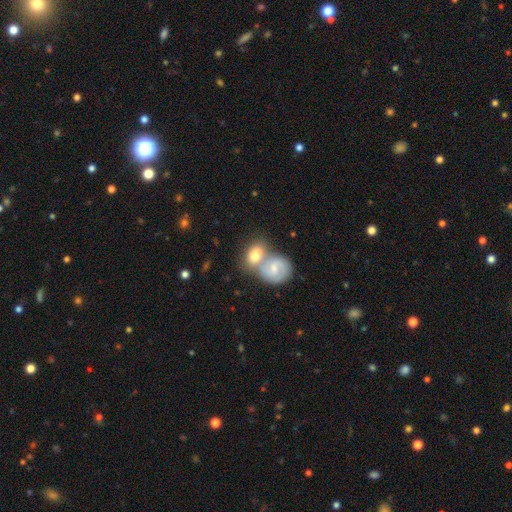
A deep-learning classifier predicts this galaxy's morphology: A smooth galaxy with no disk features (62%) that is in between round and cigar-shaped (68%).

Vote fractions:
- Smooth or featured? smooth: 62% / featured or disk: 31% / star or artifact: 7%
- How rounded? in between: 68% / round: 30% / cigar-shaped: 2%
- Merging? merger: 61% / none: 27% / minor disturbance: 9% / major disturbance: 4%